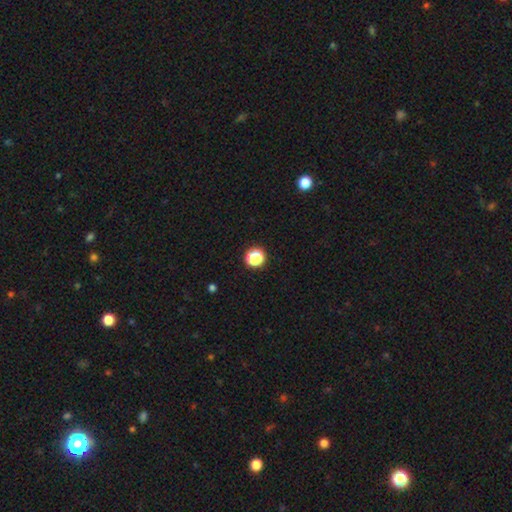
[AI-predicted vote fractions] Smooth or featured: smooth — 62% (star or artifact — 32%)
How rounded: round — 87% (in between — 12%)
Merging: none — 83% (minor disturbance — 9%)